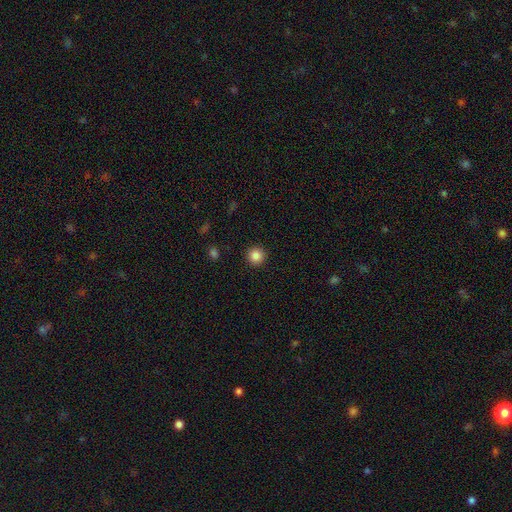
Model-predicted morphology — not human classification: type=smooth (86%); roundness=round (95%); merging=none (93%).